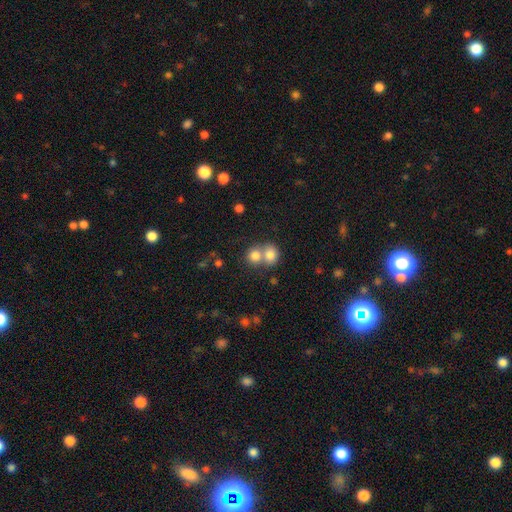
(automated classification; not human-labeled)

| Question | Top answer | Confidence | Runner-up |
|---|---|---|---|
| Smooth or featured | smooth | 79% | star or artifact (11%) |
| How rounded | round | 79% | in between (20%) |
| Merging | merger | 56% | none (36%) |